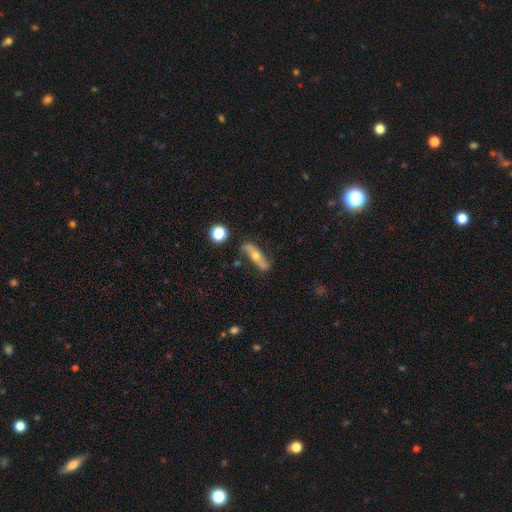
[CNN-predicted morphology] type=featured or disk (59%); edge-on=no (50%, tied with yes); merging=none (75%).